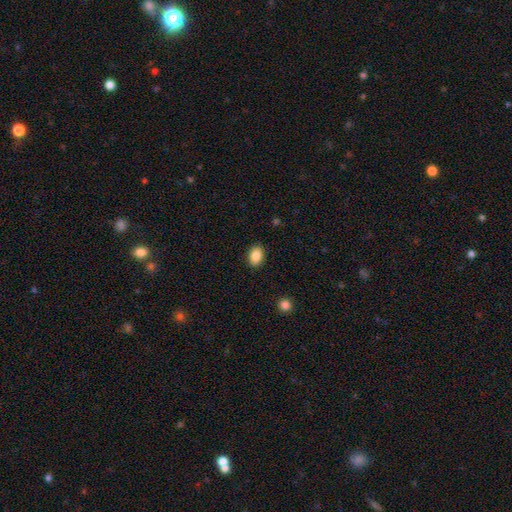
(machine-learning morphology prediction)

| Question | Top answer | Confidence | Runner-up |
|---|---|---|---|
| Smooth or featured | smooth | 88% | star or artifact (8%) |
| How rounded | in between | 78% | round (21%) |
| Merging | none | 89% | minor disturbance (8%) |